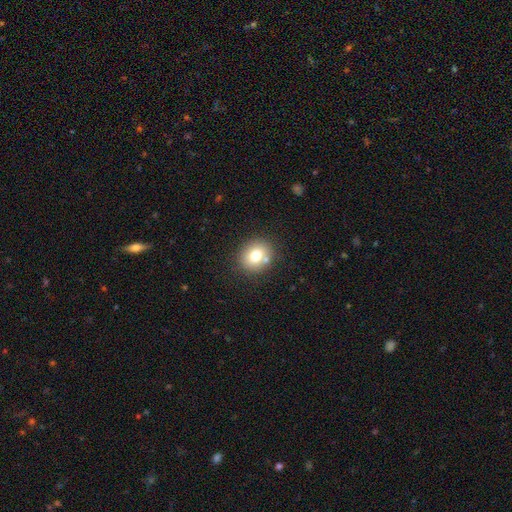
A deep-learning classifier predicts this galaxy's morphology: Smooth or featured? smooth (75%)
How rounded? round (67%)
Merging? none (77%)